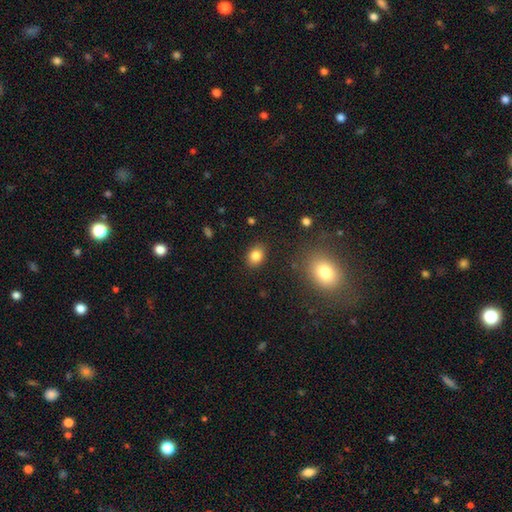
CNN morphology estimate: smooth-or-featured: smooth: 83% | star or artifact: 10% | featured or disk: 7%
  how-rounded: in between: 66% | round: 33% | cigar-shaped: 1%
  merging: none: 87% | minor disturbance: 9% | major disturbance: 3% | merger: 2%